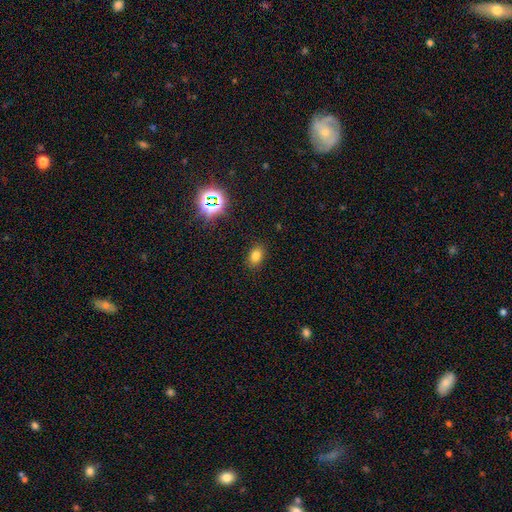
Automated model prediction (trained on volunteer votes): Morphology: type=smooth (78%); roundness=in between (75%); merging=none (86%).